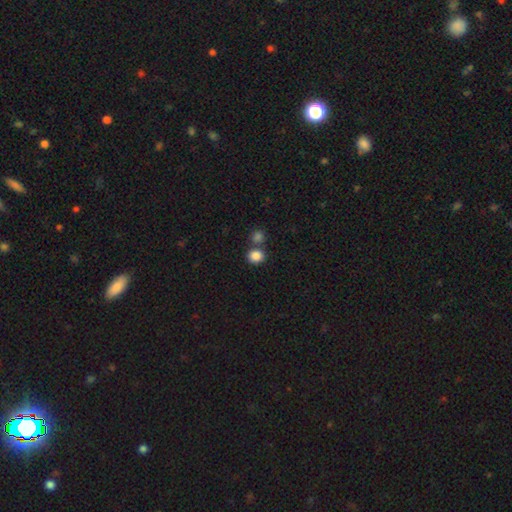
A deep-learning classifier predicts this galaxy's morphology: Smooth or featured: smooth — 85% (star or artifact — 10%)
How rounded: round — 70% (in between — 29%)
Merging: none — 64% (merger — 24%)